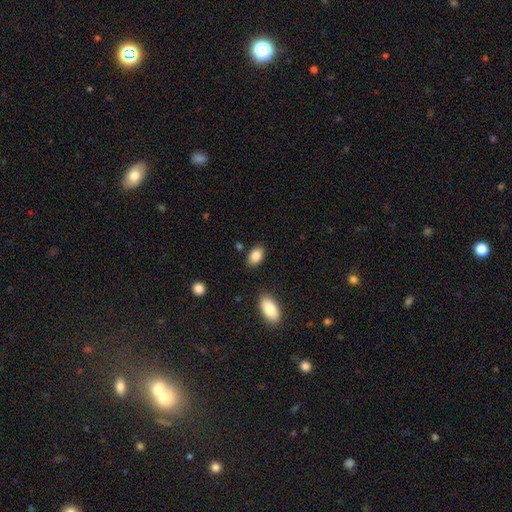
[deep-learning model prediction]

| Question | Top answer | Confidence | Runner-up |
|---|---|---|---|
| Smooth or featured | smooth | 86% | star or artifact (7%) |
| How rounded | in between | 90% | round (8%) |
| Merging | none | 84% | minor disturbance (10%) |